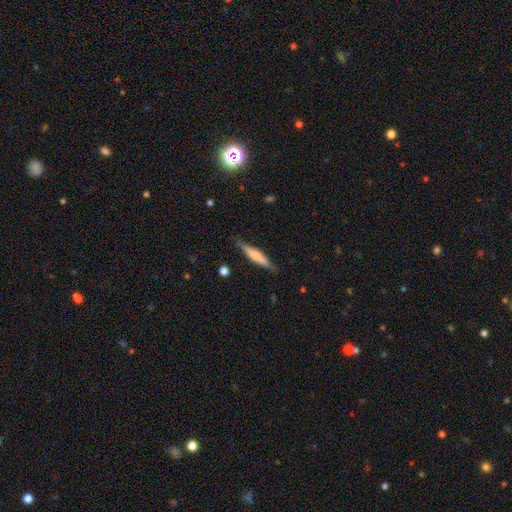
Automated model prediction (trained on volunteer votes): smooth-or-featured: smooth: 55% | featured or disk: 39% | star or artifact: 6%
  how-rounded: cigar-shaped: 88% | in between: 10% | round: 2%
  merging: none: 83% | minor disturbance: 13% | major disturbance: 3% | merger: 1%